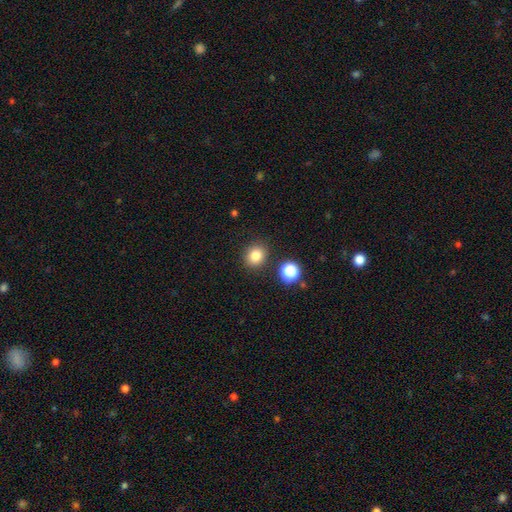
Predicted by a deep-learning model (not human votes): smooth 81%, star or artifact 13%, featured or disk 6%. Down the decision tree: how rounded — round (75%); merging — none (86%).